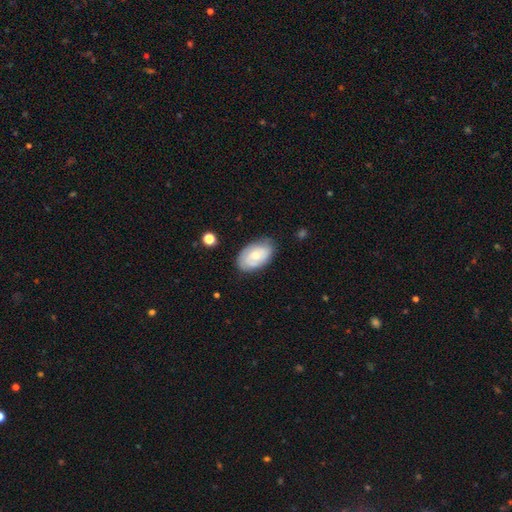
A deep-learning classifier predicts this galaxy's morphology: Smooth or featured? smooth (58%)
How rounded? in between (92%)
Merging? none (72%)